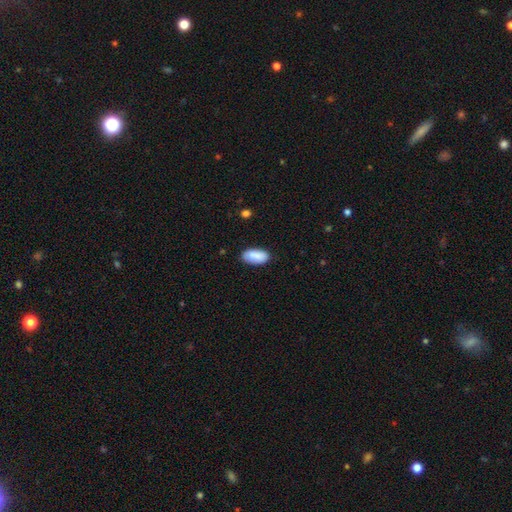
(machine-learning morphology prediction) Overall: smooth (87%). How rounded: in between (93%). Merging: none (83%).